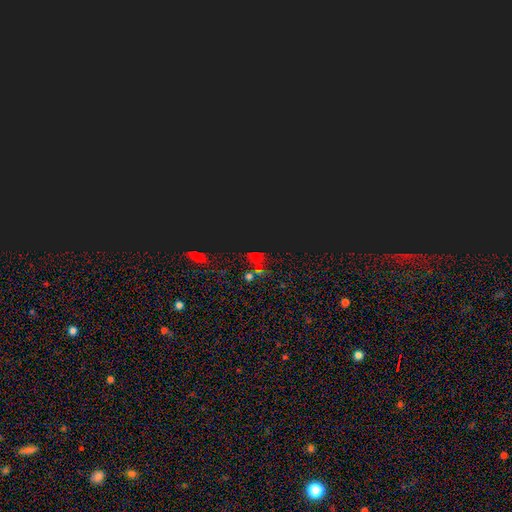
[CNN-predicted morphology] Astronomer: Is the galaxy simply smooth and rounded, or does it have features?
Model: star or artifact — 63%.